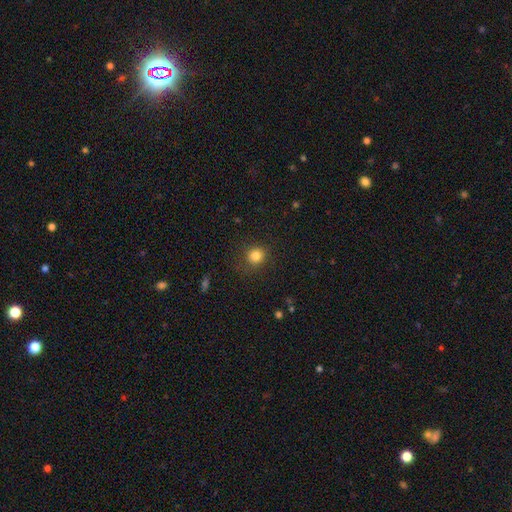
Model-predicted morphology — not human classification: This is clearly a smooth galaxy (82%). How rounded: clearly round (87%). Merging: clearly none (85%).